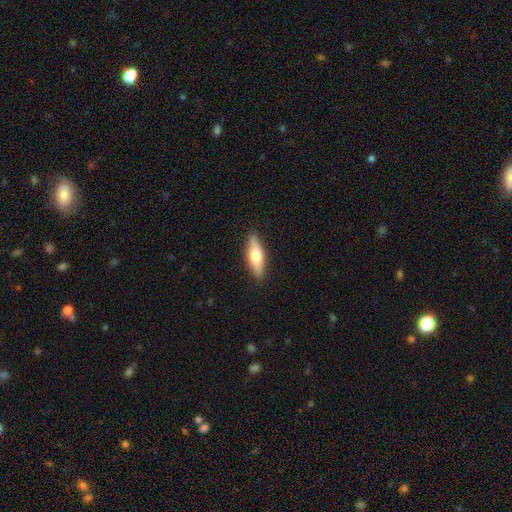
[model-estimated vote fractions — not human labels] The model was most divided on "how rounded": cigar-shaped: 53%, in between: 45%, round: 2%. More confident: merging — none (89%); smooth or featured — smooth (62%).